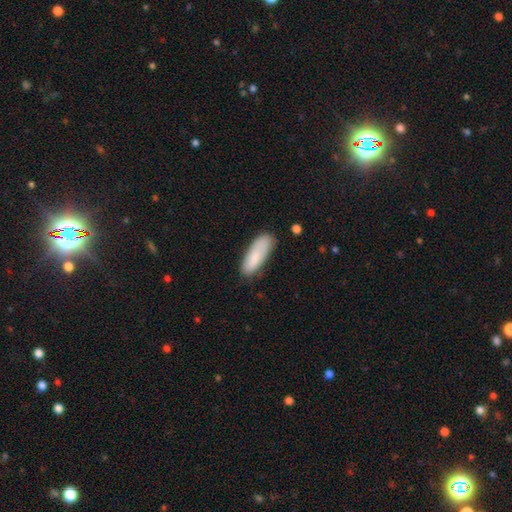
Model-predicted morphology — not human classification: smooth-or-featured: smooth: 84% | featured or disk: 10% | star or artifact: 6%
  how-rounded: in between: 62% | cigar-shaped: 37% | round: 2%
  merging: none: 73% | minor disturbance: 21% | major disturbance: 4% | merger: 2%